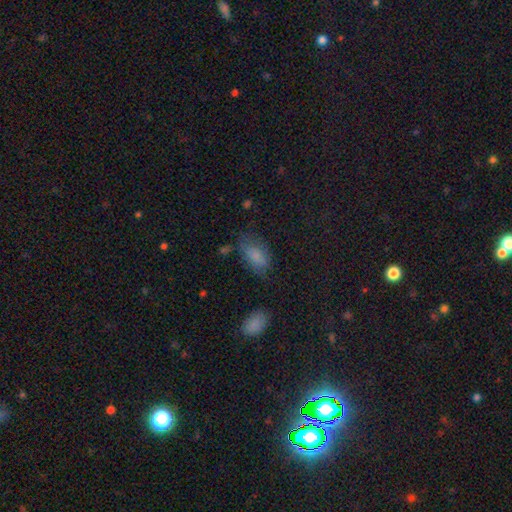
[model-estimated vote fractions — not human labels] Q: Smooth or featured?
A: smooth (81%); runner-up: star or artifact (10%)
Q: How rounded?
A: in between (92%); runner-up: round (5%)
Q: Merging?
A: none (61%); runner-up: minor disturbance (26%)